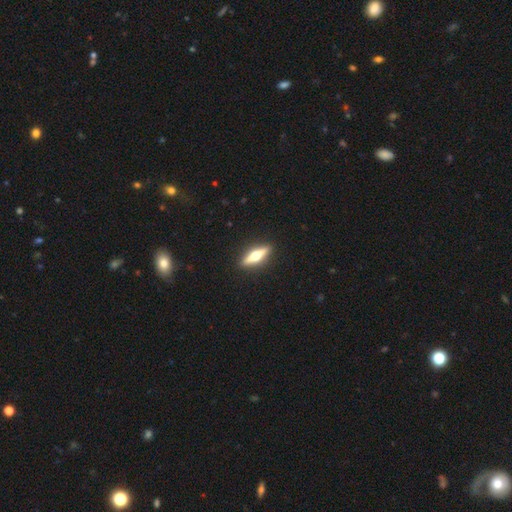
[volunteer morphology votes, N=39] Q: Smooth or featured?
A: featured or disk (74%); runner-up: smooth (26%)
Q: Edge-on disk?
A: yes (100%)
Q: Edge-on bulge?
A: rounded (97%); runner-up: none (3%)
Q: Merging?
A: none (97%); runner-up: minor disturbance (3%)